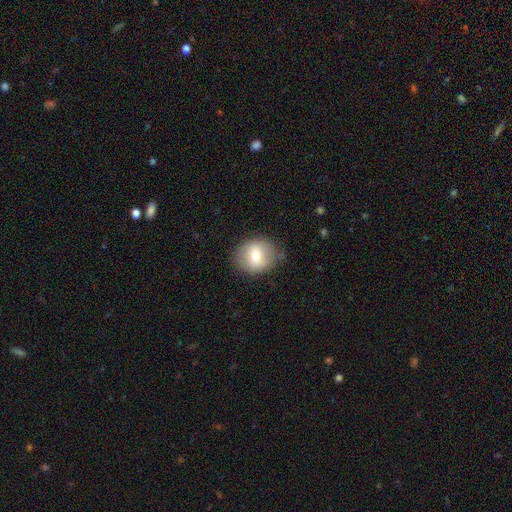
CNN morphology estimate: Overall: smooth (66%; featured or disk 26%). How rounded: round (69%; in between 30%). Merging: none (80%).